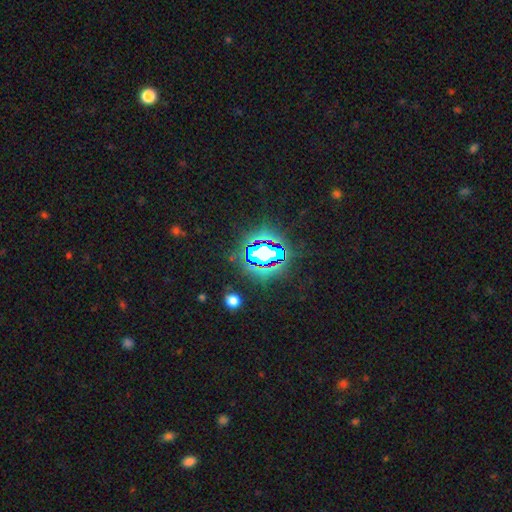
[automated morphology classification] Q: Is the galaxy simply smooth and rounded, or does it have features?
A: star or artifact — 81%.